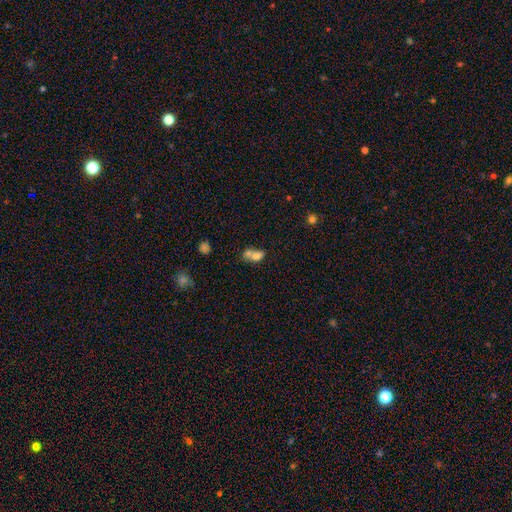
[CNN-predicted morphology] smooth_or_featured: smooth (p=0.71) [alt: featured or disk p=0.18]
how_rounded: in between (p=0.70) [alt: round p=0.27]
merging: merger (p=0.68) [alt: none p=0.20]